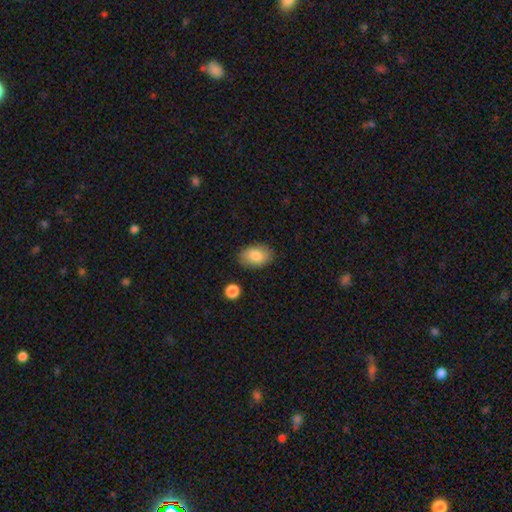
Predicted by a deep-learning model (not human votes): Q: Smooth or featured?
A: smooth (83%); runner-up: featured or disk (10%)
Q: How rounded?
A: in between (87%); runner-up: round (12%)
Q: Merging?
A: none (84%); runner-up: minor disturbance (11%)